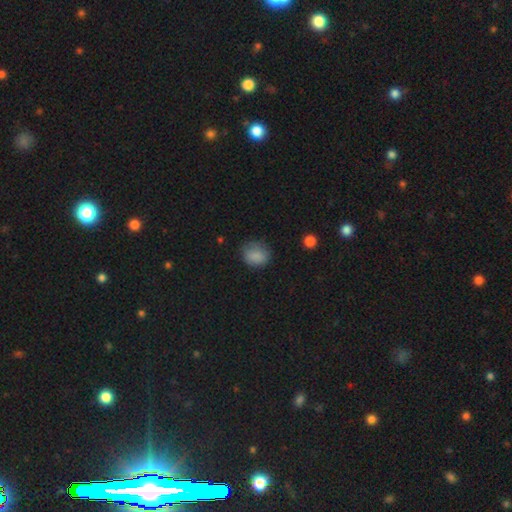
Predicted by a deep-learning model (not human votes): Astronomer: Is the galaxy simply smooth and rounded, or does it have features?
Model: smooth — 84%.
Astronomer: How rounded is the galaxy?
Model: round — 64%.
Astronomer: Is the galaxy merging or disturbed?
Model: none — 70%.